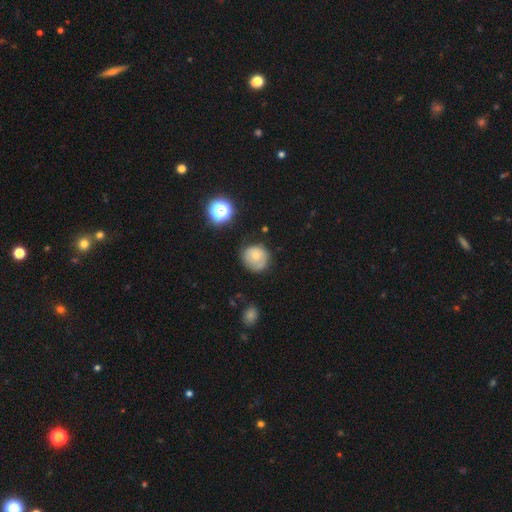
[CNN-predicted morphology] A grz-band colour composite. It shows a smooth galaxy with no disk features (63%) that is round (85%). Merging: none (66%).